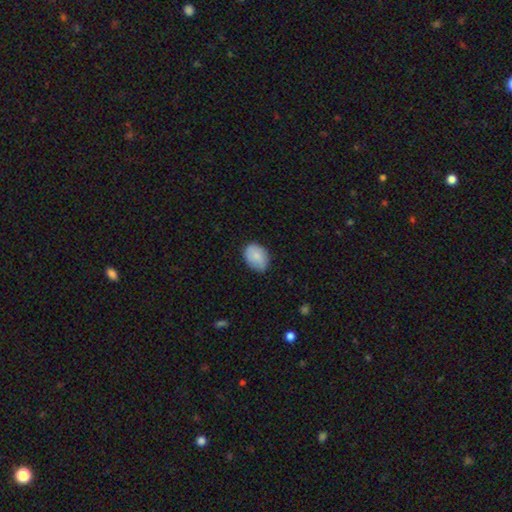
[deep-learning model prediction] smooth_or_featured: smooth (p=0.82) [alt: featured or disk p=0.11]
how_rounded: in between (p=0.73) [alt: round p=0.26]
merging: none (p=0.74) [alt: minor disturbance p=0.21]